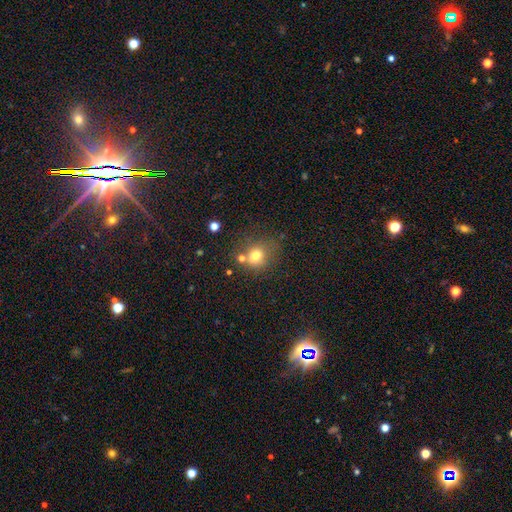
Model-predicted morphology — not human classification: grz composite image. It shows a smooth galaxy with no disk features (73%) that is round (79%). Merging: none (59%).